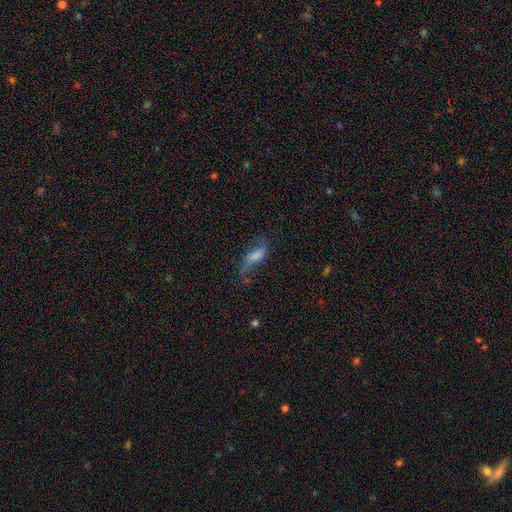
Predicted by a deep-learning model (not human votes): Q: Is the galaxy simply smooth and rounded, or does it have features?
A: smooth — 45%.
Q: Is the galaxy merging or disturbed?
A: none — 45%.